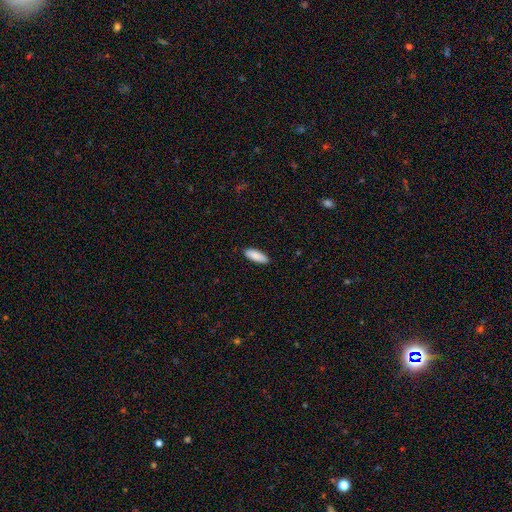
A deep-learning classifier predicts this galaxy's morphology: This appears to be a smooth galaxy with no disk features (89%) that is in between round and cigar-shaped (66%). Merging: none (89%).